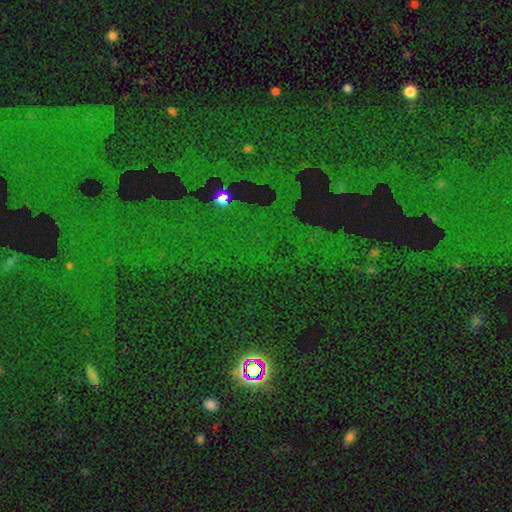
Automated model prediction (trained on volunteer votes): A star or artifact, not a galaxy (80%).